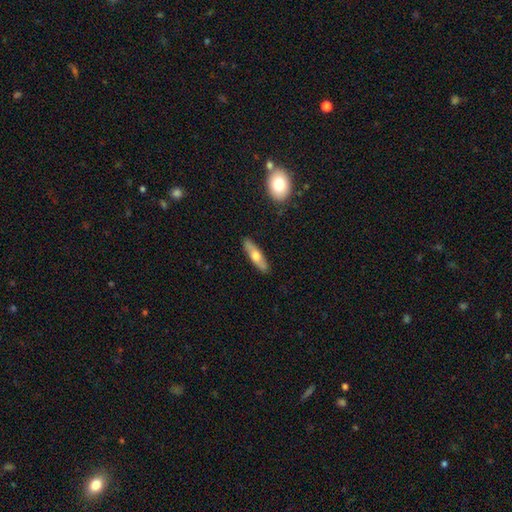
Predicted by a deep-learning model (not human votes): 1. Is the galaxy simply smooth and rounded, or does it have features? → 55% smooth, 39% featured or disk, 6% star or artifact.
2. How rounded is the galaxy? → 67% cigar-shaped, 30% in between, 2% round.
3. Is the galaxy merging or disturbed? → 87% none, 10% minor disturbance, 2% major disturbance, 1% merger.